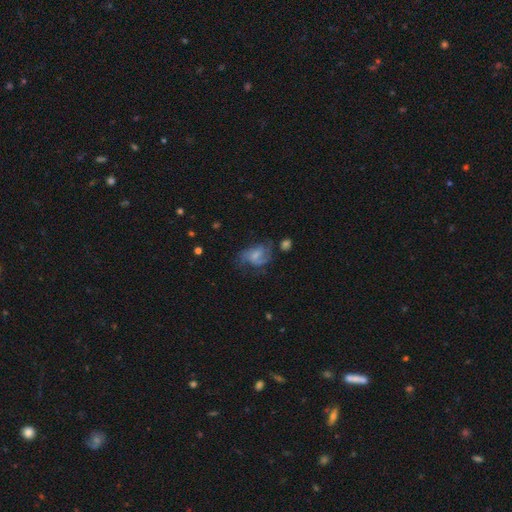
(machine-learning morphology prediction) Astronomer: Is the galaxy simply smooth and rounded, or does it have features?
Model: featured or disk — 64%.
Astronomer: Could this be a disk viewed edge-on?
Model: no — 97%.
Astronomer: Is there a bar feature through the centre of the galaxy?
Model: weak — 47% (runner-up: no, 41%).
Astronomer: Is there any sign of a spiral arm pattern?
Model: yes — 84%.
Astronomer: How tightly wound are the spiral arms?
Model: medium — 45% (runner-up: loose, 35%).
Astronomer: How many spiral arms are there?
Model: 2 — 52%.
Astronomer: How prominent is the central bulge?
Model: small — 46% (runner-up: moderate, 26%).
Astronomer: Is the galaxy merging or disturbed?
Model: none — 42% (runner-up: major disturbance, 29%).